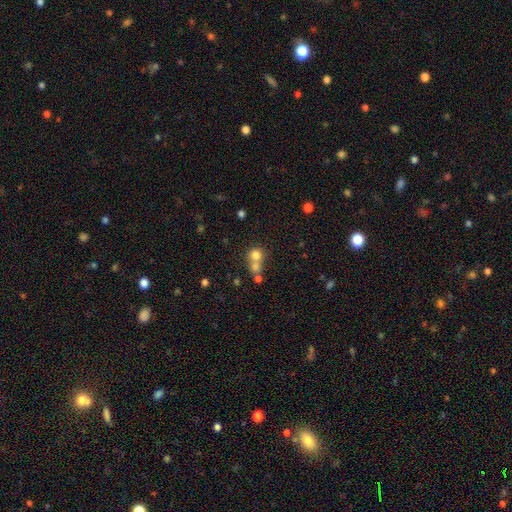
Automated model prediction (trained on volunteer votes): This appears to be a smooth galaxy with no disk features (73%) that is round (86%). Merging: merger (55%).